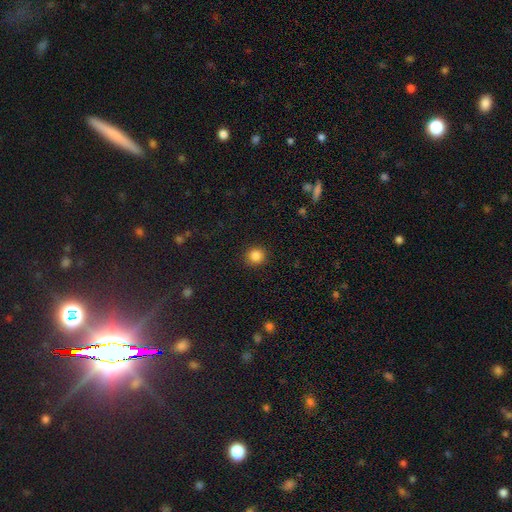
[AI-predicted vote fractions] Smooth or featured?
  - smooth: 85% *
  - star or artifact: 11%
  - featured or disk: 4%
How rounded?
  - round: 92% *
  - in between: 7%
  - cigar-shaped: 1%
Merging?
  - none: 91% *
  - minor disturbance: 6%
  - major disturbance: 2%
  - merger: 1%